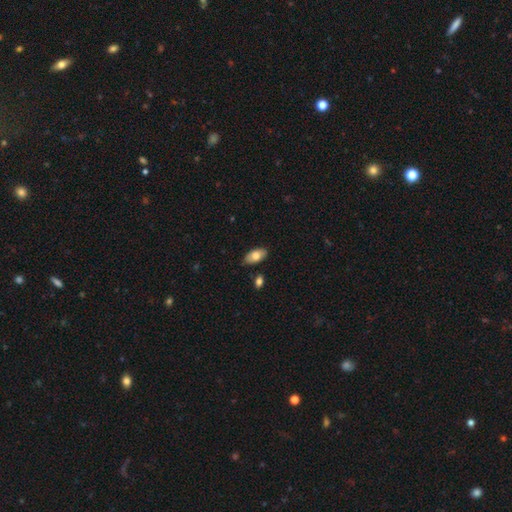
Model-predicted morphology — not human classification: smooth_or_featured: smooth (p=0.74) [alt: featured or disk p=0.19]
how_rounded: in between (p=0.93) [alt: cigar-shaped p=0.04]
merging: none (p=0.82) [alt: minor disturbance p=0.13]